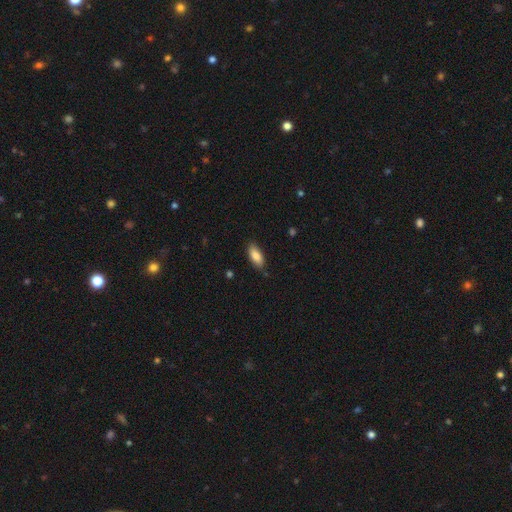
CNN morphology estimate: Smooth or featured?
  - smooth: 85% *
  - featured or disk: 8%
  - star or artifact: 7%
How rounded?
  - in between: 84% *
  - cigar-shaped: 14%
  - round: 2%
Merging?
  - none: 81% *
  - minor disturbance: 15%
  - major disturbance: 3%
  - merger: 1%